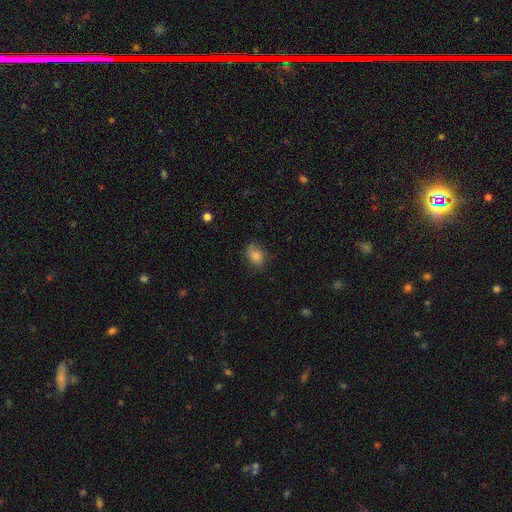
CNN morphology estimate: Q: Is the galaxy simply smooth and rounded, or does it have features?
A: smooth — 82%.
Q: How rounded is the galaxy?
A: in between — 76%.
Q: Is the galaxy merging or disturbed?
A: none — 72%.